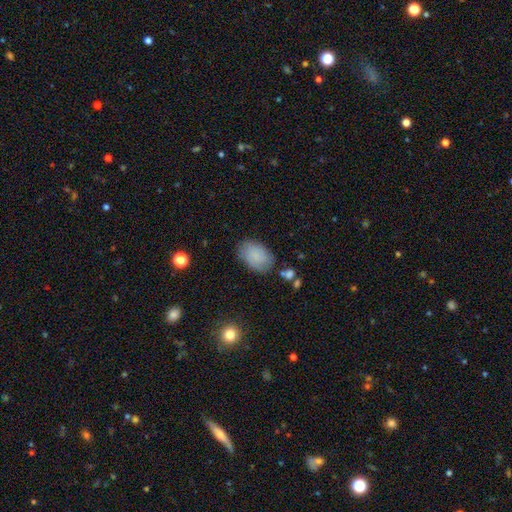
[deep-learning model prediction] Overall: smooth (83%). How rounded: in between (88%). Merging: none (75%).